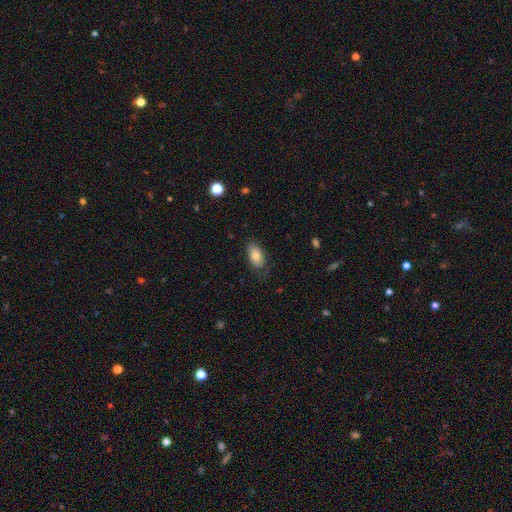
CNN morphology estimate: Overall: smooth (81%). How rounded: in between (92%). Merging: none (74%).